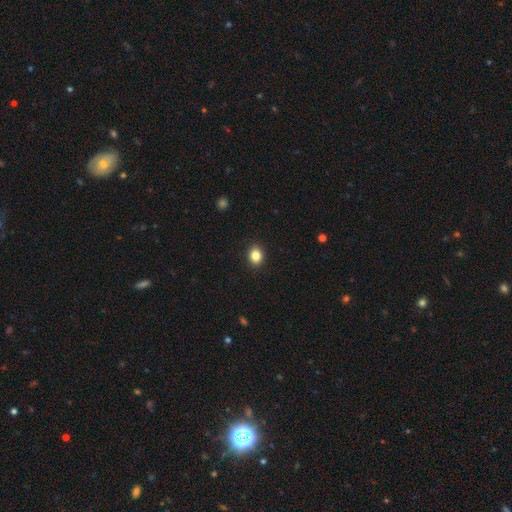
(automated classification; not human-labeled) Smooth or featured: smooth — 84% (star or artifact — 11%)
How rounded: round — 63% (in between — 36%)
Merging: none — 91% (minor disturbance — 7%)